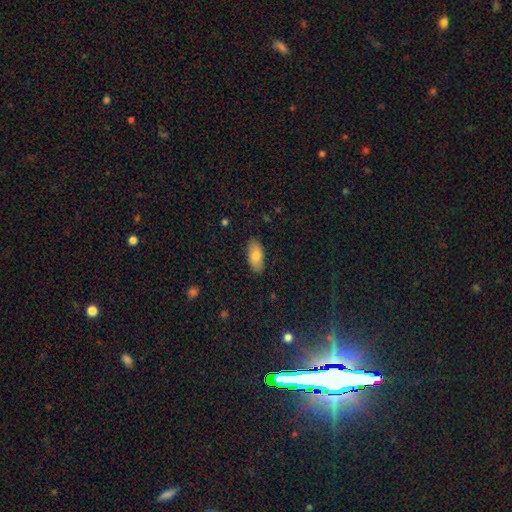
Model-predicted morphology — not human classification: Smooth or featured?
  - smooth: 80% *
  - featured or disk: 13%
  - star or artifact: 7%
How rounded?
  - in between: 92% *
  - cigar-shaped: 6%
  - round: 3%
Merging?
  - none: 86% *
  - minor disturbance: 10%
  - major disturbance: 2%
  - merger: 1%